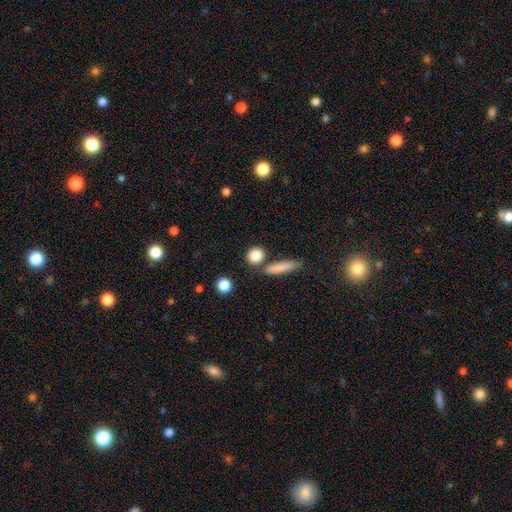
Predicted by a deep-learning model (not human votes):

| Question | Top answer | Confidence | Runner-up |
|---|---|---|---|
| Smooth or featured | smooth | 85% | star or artifact (8%) |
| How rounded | round | 77% | in between (15%) |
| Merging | none | 77% | merger (11%) |